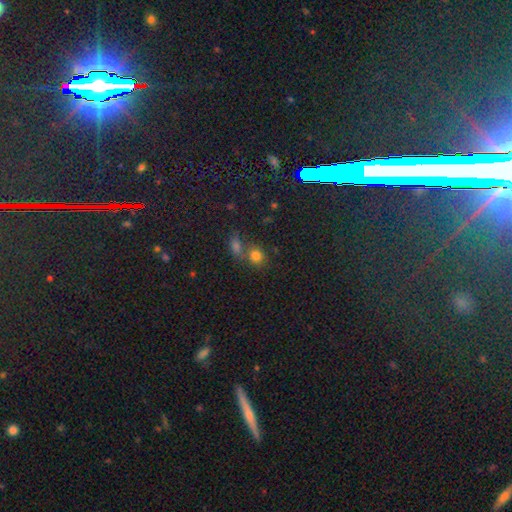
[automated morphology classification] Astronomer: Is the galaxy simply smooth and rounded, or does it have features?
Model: smooth — 77%.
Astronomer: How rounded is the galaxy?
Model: round — 71%.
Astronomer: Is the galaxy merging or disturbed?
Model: none — 51% (runner-up: merger, 35%).